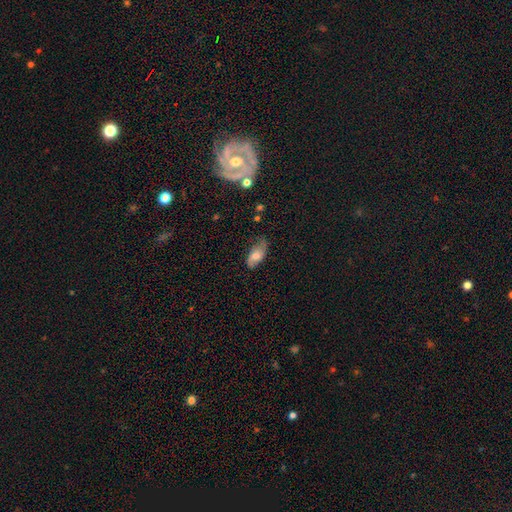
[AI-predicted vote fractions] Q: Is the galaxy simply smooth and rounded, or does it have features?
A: smooth — 55%.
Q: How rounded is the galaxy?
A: in between — 88%.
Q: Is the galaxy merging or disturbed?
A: none — 66%.